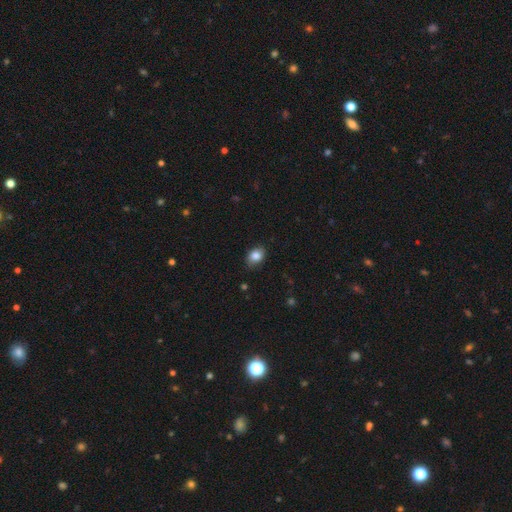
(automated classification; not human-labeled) smooth 85%, star or artifact 8%, featured or disk 7%. Down the decision tree: how rounded — in between (72%); merging — none (81%).